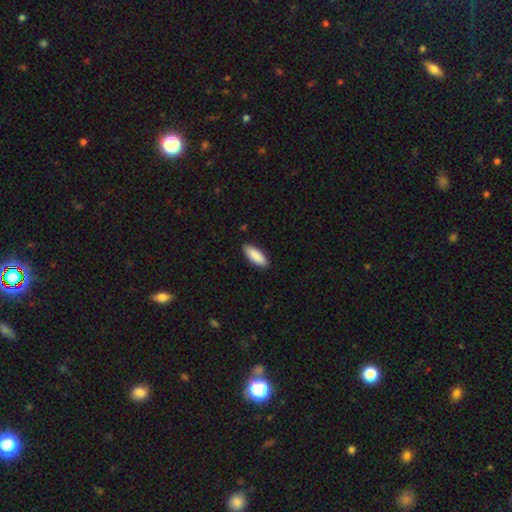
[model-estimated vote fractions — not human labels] smooth 89%, featured or disk 5%, star or artifact 5%. Down the decision tree: how rounded — in between (70%); merging — none (88%).